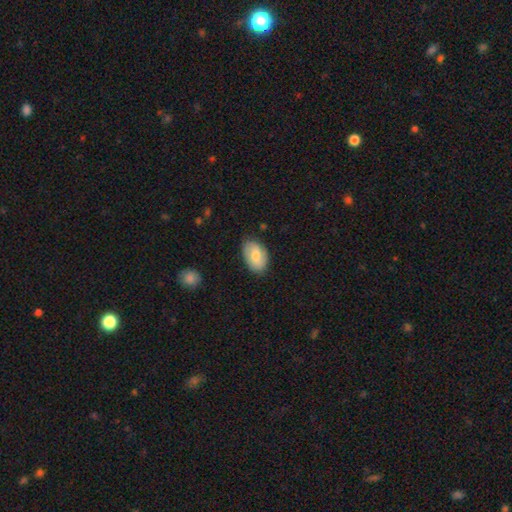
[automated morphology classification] Smooth or featured? Predicted: smooth (p=0.62). How rounded? Predicted: in between (p=0.90). Merging? Predicted: none (p=0.79).